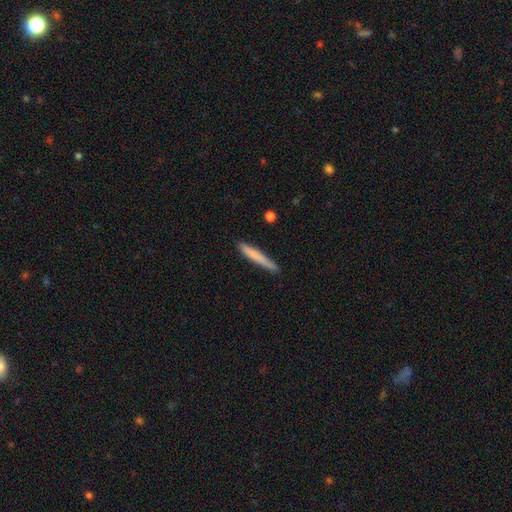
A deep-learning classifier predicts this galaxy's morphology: Smooth or featured? smooth (74%)
How rounded? cigar-shaped (96%)
Merging? none (86%)